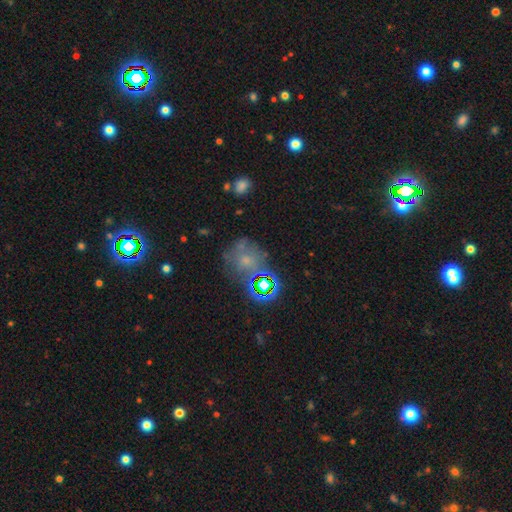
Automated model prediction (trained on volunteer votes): Smooth or featured? Predicted: star or artifact (p=0.37, tied with featured or disk).